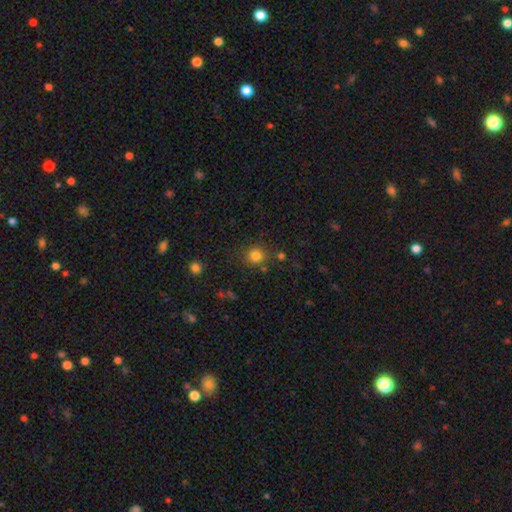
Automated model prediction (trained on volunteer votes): Smooth or featured? smooth (82%)
How rounded? round (89%)
Merging? none (81%)